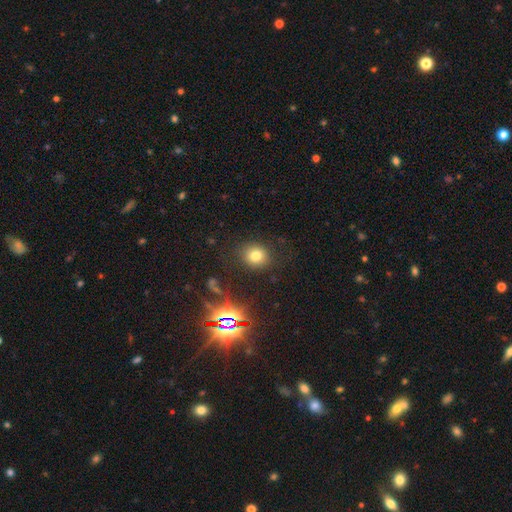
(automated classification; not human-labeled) smooth 73%, star or artifact 18%, featured or disk 9%. Down the decision tree: how rounded — round (74%); merging — none (83%).